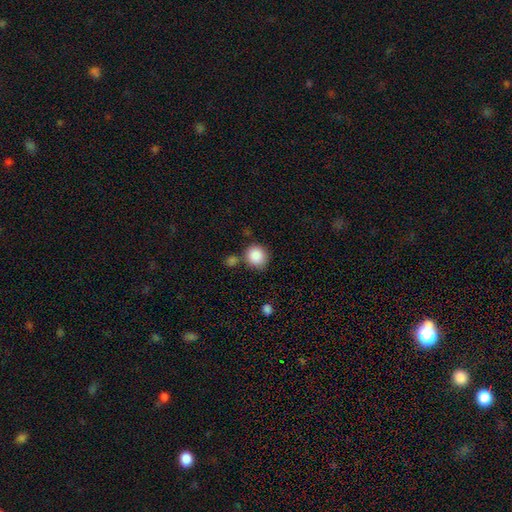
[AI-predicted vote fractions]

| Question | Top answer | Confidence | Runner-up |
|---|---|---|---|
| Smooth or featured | smooth | 88% | star or artifact (8%) |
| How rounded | round | 85% | in between (14%) |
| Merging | none | 70% | minor disturbance (13%) |